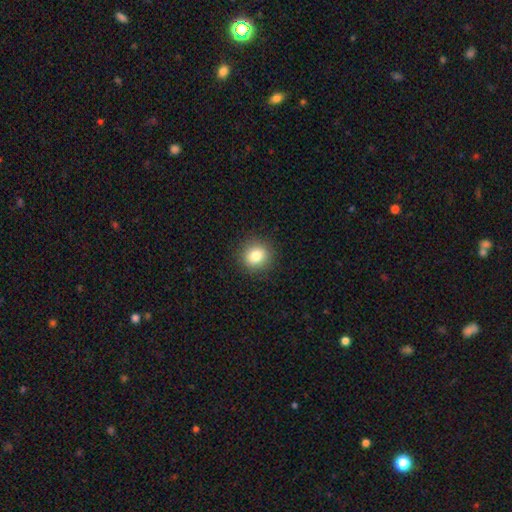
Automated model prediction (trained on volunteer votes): Smooth or featured: smooth — 81% (star or artifact — 11%)
How rounded: round — 87% (in between — 12%)
Merging: none — 91% (minor disturbance — 6%)